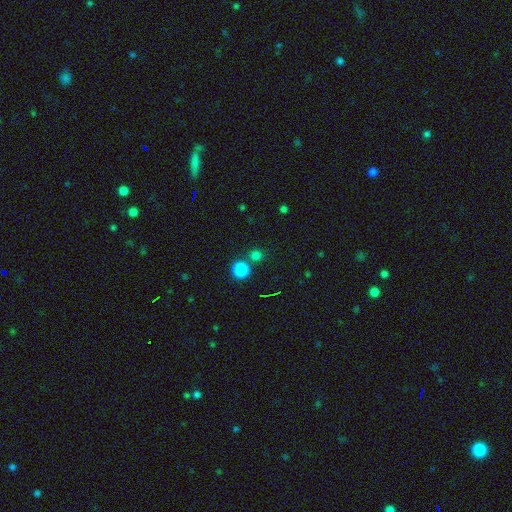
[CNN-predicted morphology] Overall: smooth (77%). How rounded: round (90%). Merging: none (73%).